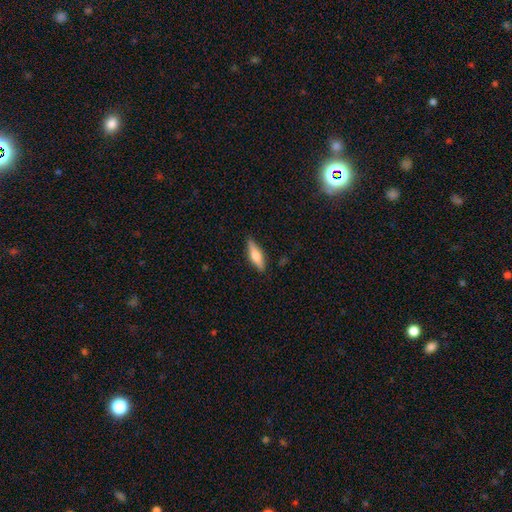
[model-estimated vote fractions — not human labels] smooth 57%, featured or disk 37%, star or artifact 6%. Down the decision tree: how rounded — cigar-shaped (59%); merging — none (87%).